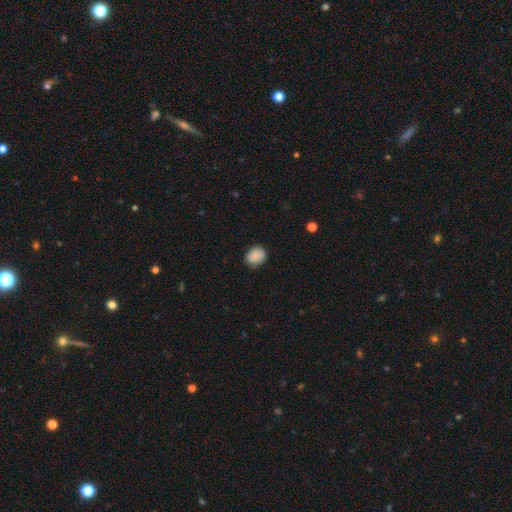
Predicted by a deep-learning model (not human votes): Smooth or featured? smooth (86%)
How rounded? round (62%)
Merging? none (80%)